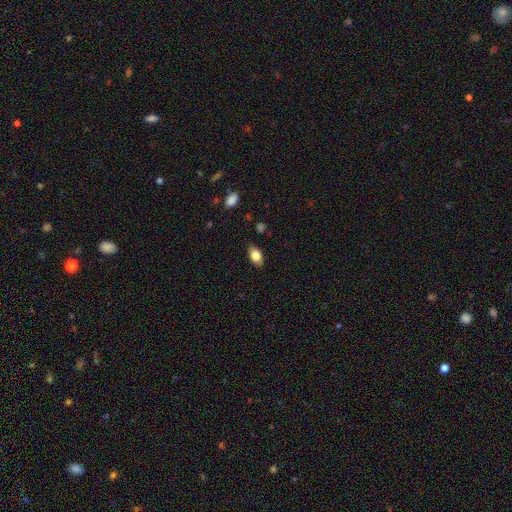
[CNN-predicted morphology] Smooth or featured? smooth (78%)
How rounded? in between (88%)
Merging? none (83%)